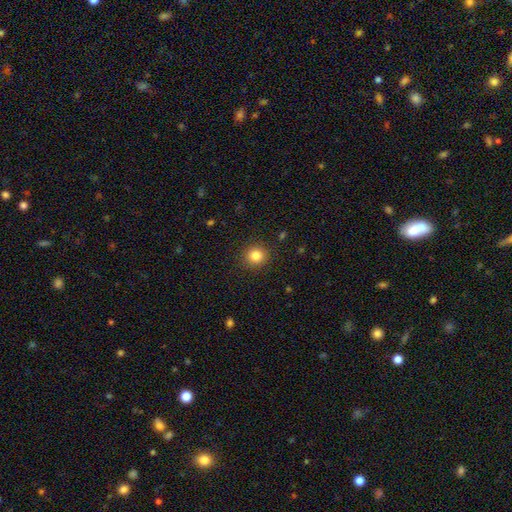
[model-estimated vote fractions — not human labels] Morphology: type=smooth (83%); roundness=round (92%); merging=none (91%).